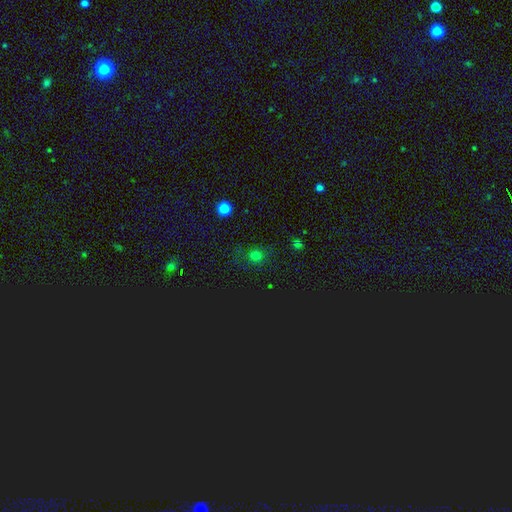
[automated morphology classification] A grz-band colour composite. It shows a smooth galaxy with no disk features (62%) that is round (78%). Merging: none (75%).